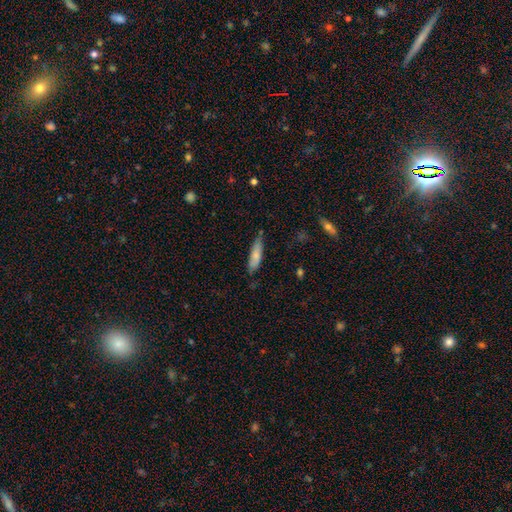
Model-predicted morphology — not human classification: This is likely a smooth galaxy (77%). How rounded: possibly cigar-shaped (57%). Merging: likely none (63%).